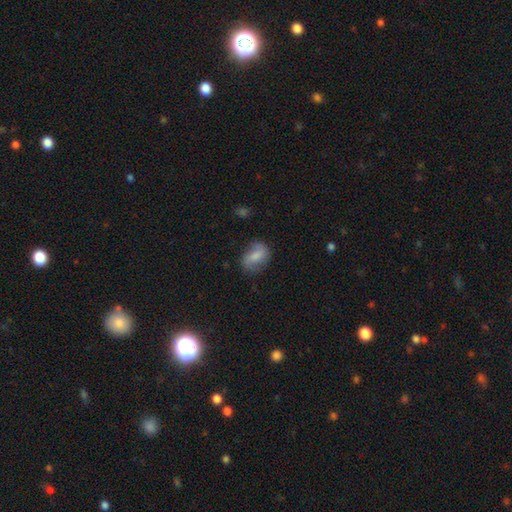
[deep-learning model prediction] Smooth or featured? Predicted: smooth (p=0.67). How rounded? Predicted: in between (p=0.71). Merging? Predicted: none (p=0.60).